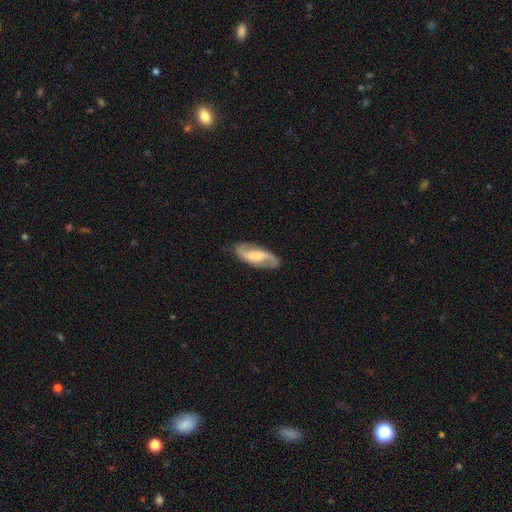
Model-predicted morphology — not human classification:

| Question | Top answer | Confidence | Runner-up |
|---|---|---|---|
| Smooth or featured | featured or disk | 78% | smooth (17%) |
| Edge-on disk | no | 94% | yes (6%) |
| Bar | weak | 44% | no (29%) |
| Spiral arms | yes | 95% | no (5%) |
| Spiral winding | loose | 45% | medium (41%) |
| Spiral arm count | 2 | 92% | can't tell (3%) |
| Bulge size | moderate | 32% | small (26%) |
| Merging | none | 82% | minor disturbance (12%) |